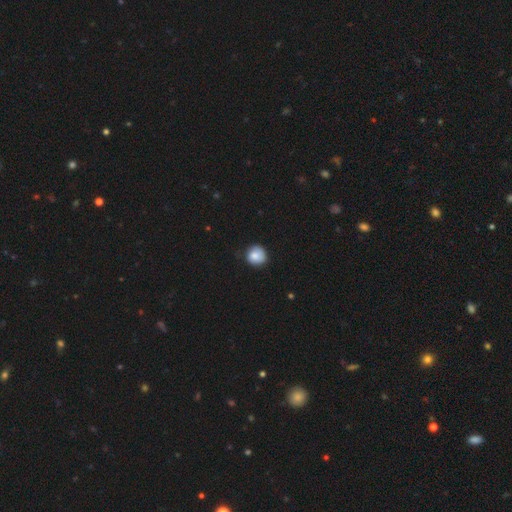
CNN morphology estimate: smooth-or-featured: smooth: 82% | featured or disk: 10% | star or artifact: 8%
  how-rounded: round: 87% | in between: 12% | cigar-shaped: 1%
  merging: none: 73% | minor disturbance: 21% | major disturbance: 4% | merger: 1%